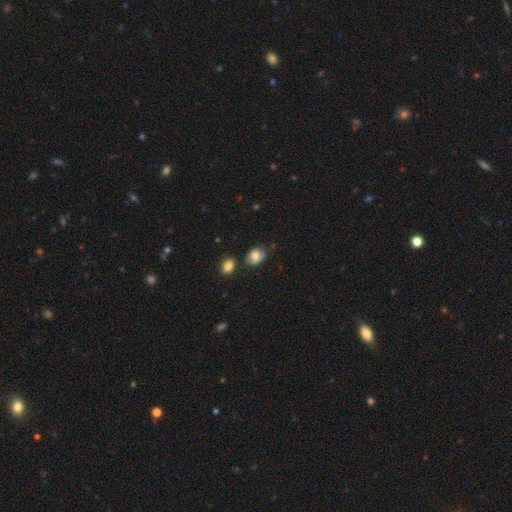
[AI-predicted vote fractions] Smooth or featured? Predicted: smooth (p=0.72). How rounded? Predicted: in between (p=0.63). Merging? Predicted: none (p=0.59).